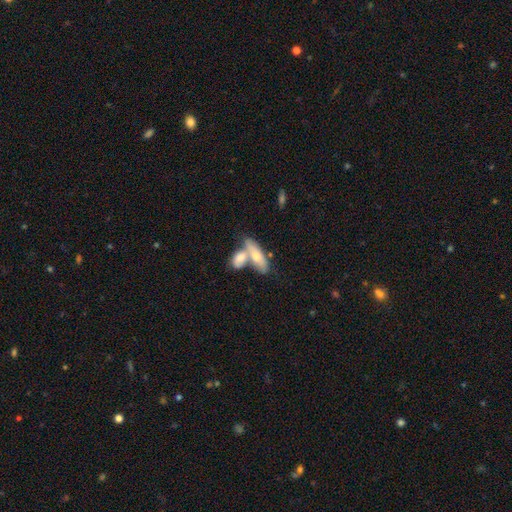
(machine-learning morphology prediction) Q: Smooth or featured?
A: smooth (57%); runner-up: featured or disk (36%)
Q: How rounded?
A: in between (63%); runner-up: cigar-shaped (33%)
Q: Merging?
A: merger (57%); runner-up: none (30%)